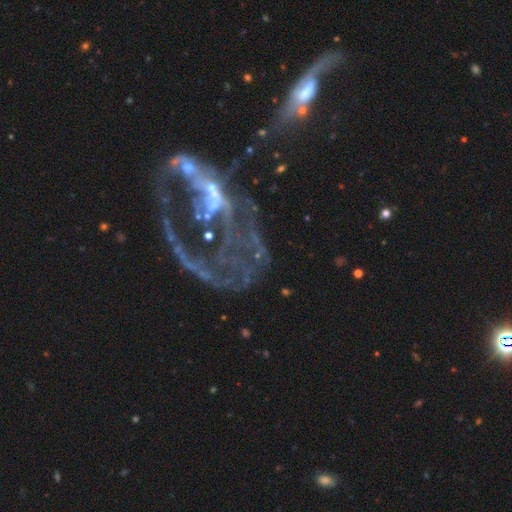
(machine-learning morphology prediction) Smooth or featured? featured or disk (73%)
Edge-on disk? no (96%)
Bar? no (63%)
Spiral arms? no (51%)
Bulge size? none (43%)
Merging? major disturbance (47%)